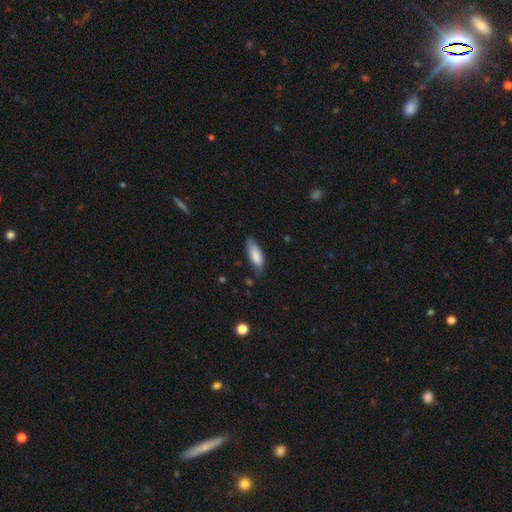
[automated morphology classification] smooth 83%, featured or disk 11%, star or artifact 6%. Down the decision tree: how rounded — in between (72%); merging — none (72%).